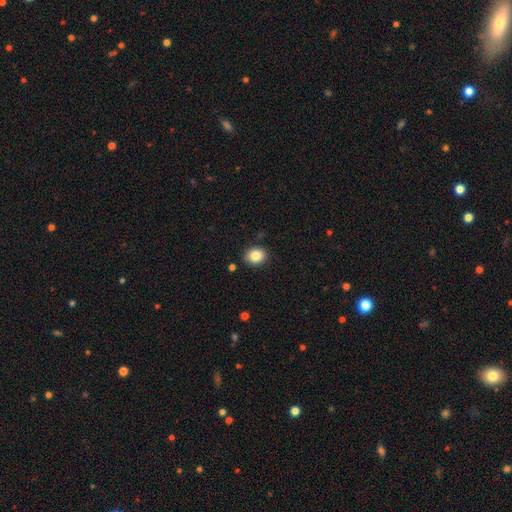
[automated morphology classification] A smooth galaxy with no disk features (85%) that is round (58%). Merging: none (88%).